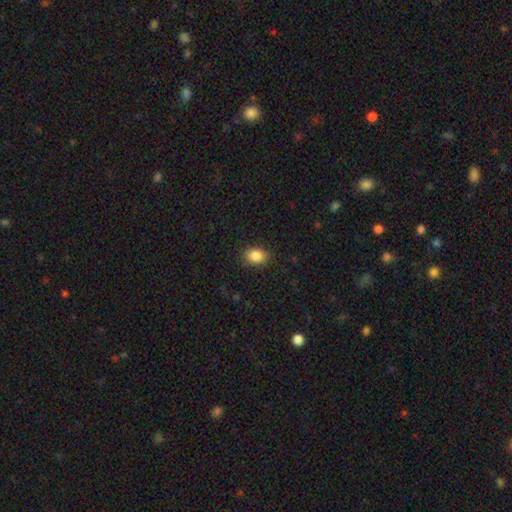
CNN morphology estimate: smooth 87%, star or artifact 9%, featured or disk 4%. Down the decision tree: how rounded — in between (61%); merging — none (86%).